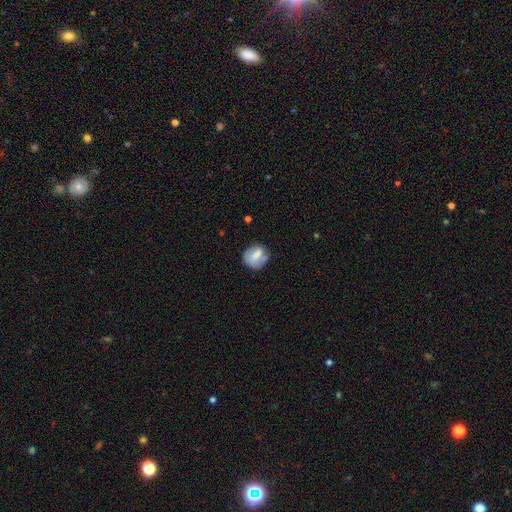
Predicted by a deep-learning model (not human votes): A smooth galaxy with no disk features (67%) that is round (67%). Merging: none (57%).